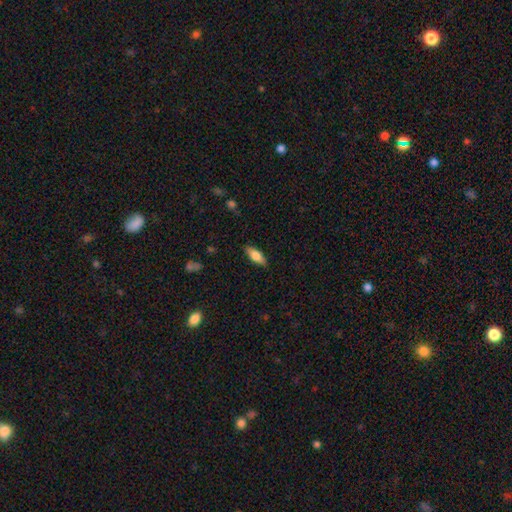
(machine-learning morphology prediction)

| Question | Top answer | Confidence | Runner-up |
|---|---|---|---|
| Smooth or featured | smooth | 74% | featured or disk (20%) |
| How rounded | in between | 70% | cigar-shaped (27%) |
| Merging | none | 86% | minor disturbance (10%) |